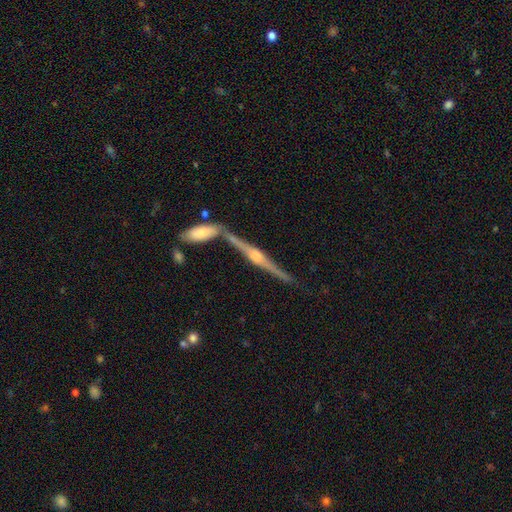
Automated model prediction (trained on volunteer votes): Smooth or featured? featured or disk (86%)
Edge-on disk? yes (98%)
Edge-on bulge? rounded (85%)
Merging? none (72%)